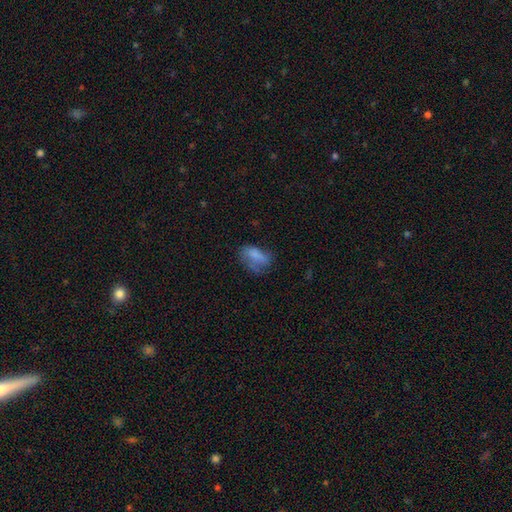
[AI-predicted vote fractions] Smooth or featured?
  - smooth: 65% *
  - featured or disk: 24%
  - star or artifact: 10%
How rounded?
  - in between: 87% *
  - round: 9%
  - cigar-shaped: 4%
Merging?
  - none: 38% *
  - minor disturbance: 30%
  - major disturbance: 28%
  - merger: 4%